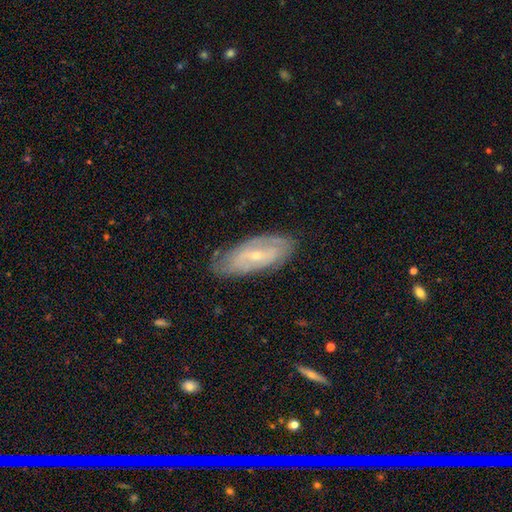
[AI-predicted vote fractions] A featured or disk galaxy (72%) with a weak bar (42%), spiral arms (77%) and a small central bulge (70%).

Vote fractions:
- Smooth or featured? featured or disk: 72% / smooth: 22% / star or artifact: 7%
- Edge-on disk? no: 87% / yes: 13%
- Bar? weak: 42% / no: 35% / strong: 22%
- Spiral arms? yes: 77% / no: 23%
- Bulge size? small: 70% / moderate: 26% / none: 1% / large: 1% / dominant: 1%
- Merging? none: 76% / minor disturbance: 19% / major disturbance: 4% / merger: 1%